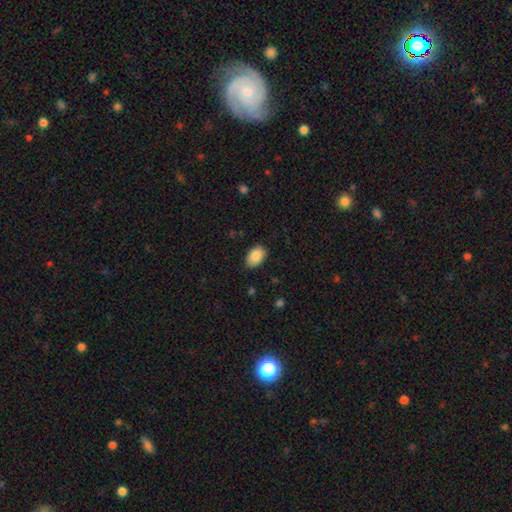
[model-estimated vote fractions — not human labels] Overall: smooth (88%). How rounded: in between (90%). Merging: none (85%).